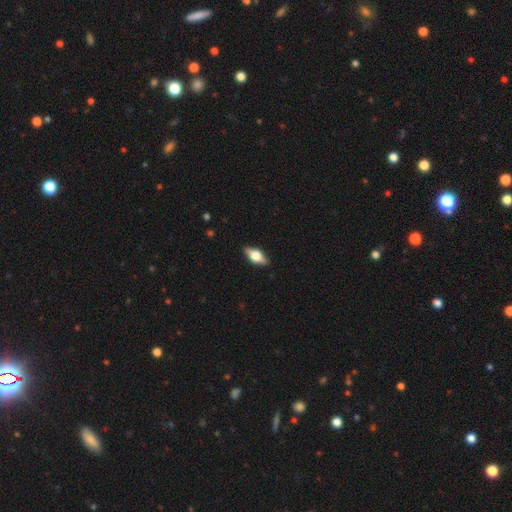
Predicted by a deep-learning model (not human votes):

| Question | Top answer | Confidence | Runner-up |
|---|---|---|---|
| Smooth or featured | featured or disk | 48% | smooth (45%) |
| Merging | none | 88% | minor disturbance (9%) |